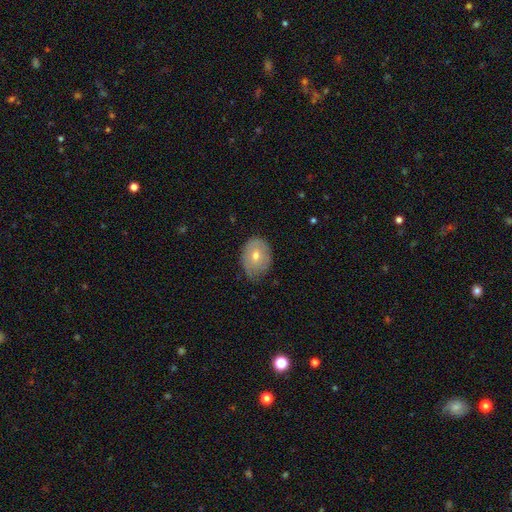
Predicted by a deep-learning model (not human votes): smooth-or-featured: smooth: 51% | featured or disk: 41% | star or artifact: 8%
  how-rounded: in between: 62% | round: 37% | cigar-shaped: 1%
  merging: none: 63% | minor disturbance: 29% | major disturbance: 6% | merger: 1%